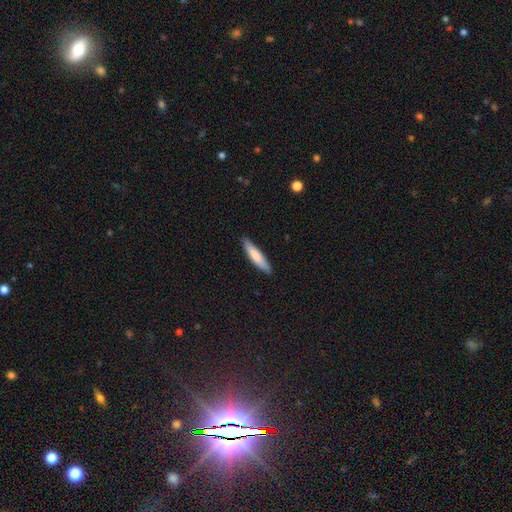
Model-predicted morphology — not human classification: Smooth or featured: smooth — 77% (featured or disk — 18%)
How rounded: cigar-shaped — 83% (in between — 16%)
Merging: none — 88% (minor disturbance — 9%)